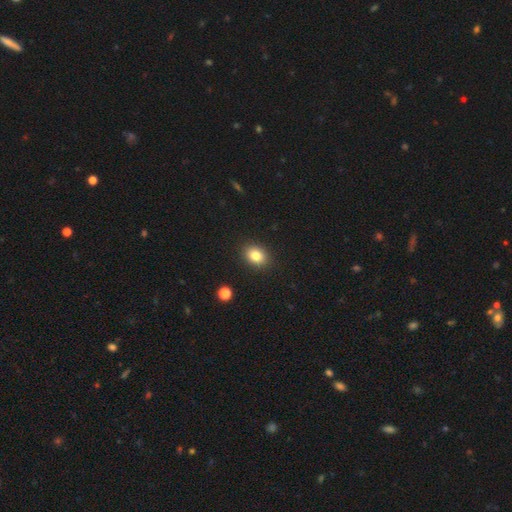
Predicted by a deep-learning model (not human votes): This appears to be a smooth galaxy with no disk features (84%) that is in between round and cigar-shaped (60%). Merging: none (89%).